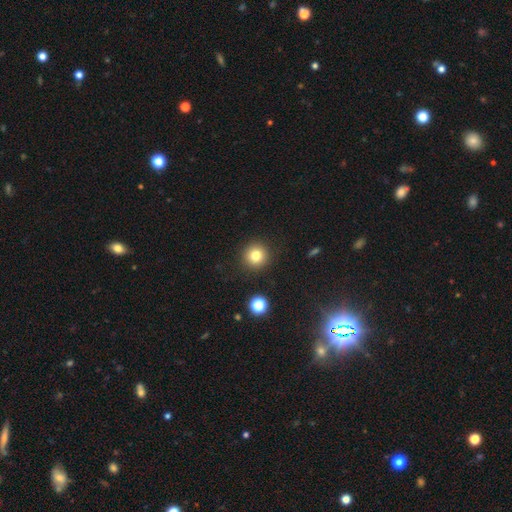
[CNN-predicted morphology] type=smooth (79%); roundness=round (95%); merging=none (90%).